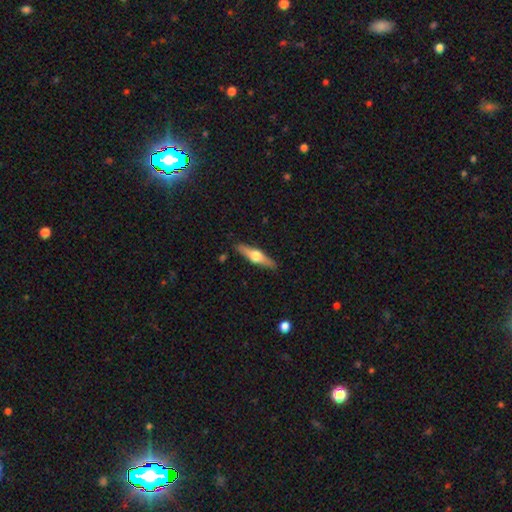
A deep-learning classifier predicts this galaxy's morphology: smooth_or_featured: featured or disk (p=0.62) [alt: smooth p=0.33]
disk_edge_on: yes (p=0.95) [alt: no p=0.05]
edge_on_bulge: rounded (p=0.95) [alt: boxy p=0.03]
merging: none (p=0.89) [alt: minor disturbance p=0.08]